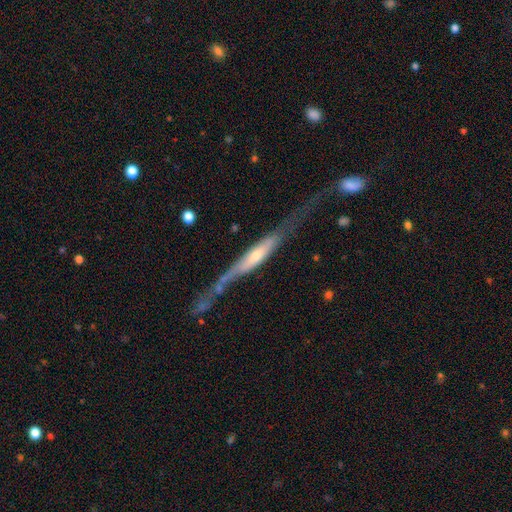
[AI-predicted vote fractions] The model was most divided on "merging": none: 46%, major disturbance: 23%, minor disturbance: 23%, merger: 8%. More confident: edge-on disk — yes (82%); smooth or featured — featured or disk (71%); edge-on bulge — rounded (58%).